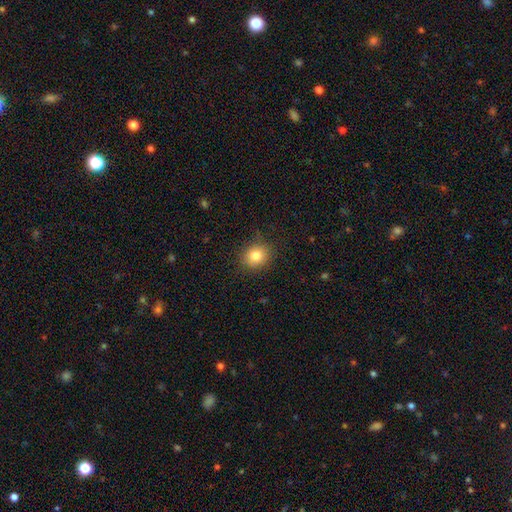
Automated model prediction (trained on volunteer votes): Morphology: type=smooth (82%); roundness=round (73%); merging=none (86%).